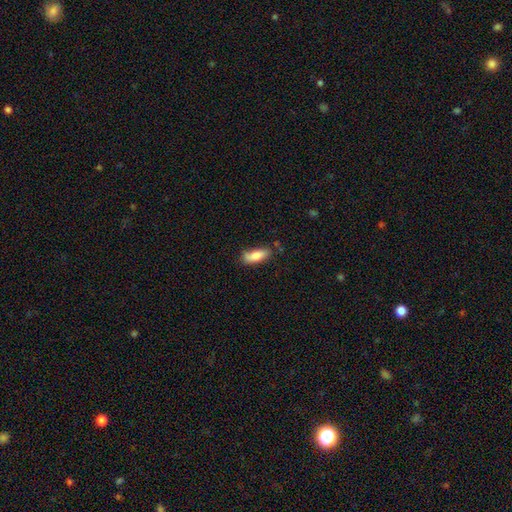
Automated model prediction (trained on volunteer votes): smooth 82%, featured or disk 12%, star or artifact 7%. Down the decision tree: how rounded — in between (67%); merging — none (68%).